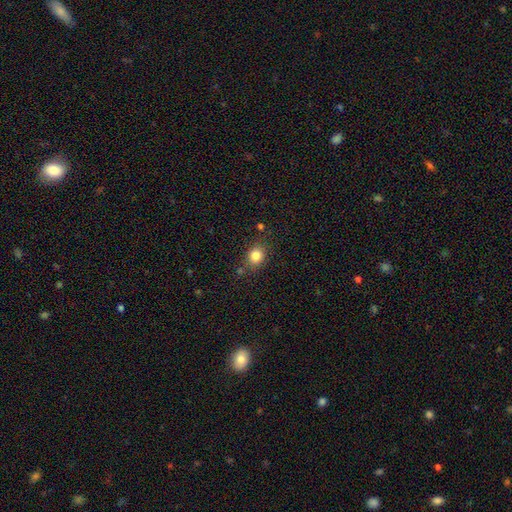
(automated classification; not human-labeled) This appears to be a smooth galaxy with no disk features (83%) that is round (62%). Merging: none (78%).